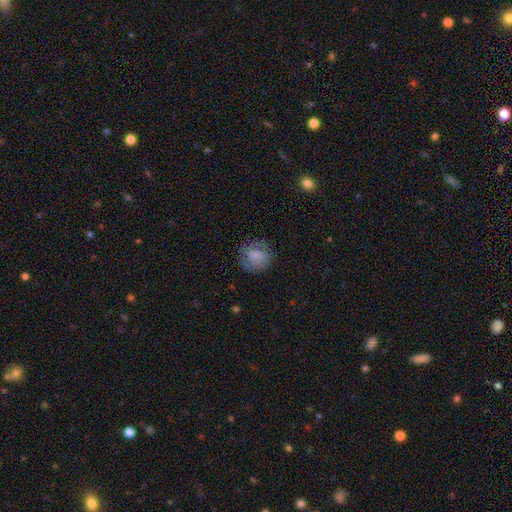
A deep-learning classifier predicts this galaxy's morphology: Smooth or featured?
  - smooth: 68% *
  - featured or disk: 24%
  - star or artifact: 8%
How rounded?
  - round: 78% *
  - in between: 21%
  - cigar-shaped: 1%
Merging?
  - none: 72% *
  - minor disturbance: 18%
  - major disturbance: 8%
  - merger: 1%